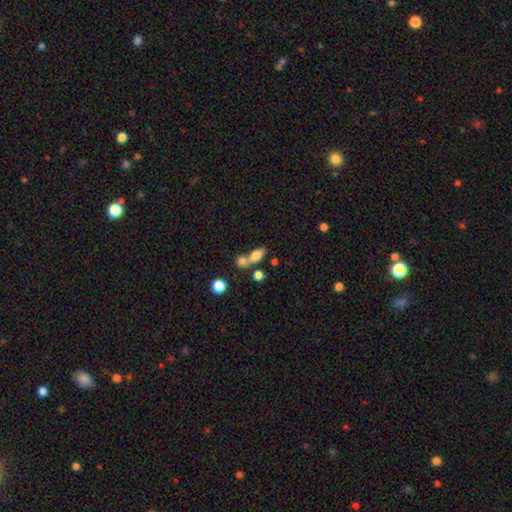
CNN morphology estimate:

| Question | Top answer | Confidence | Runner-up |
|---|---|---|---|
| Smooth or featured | smooth | 76% | featured or disk (13%) |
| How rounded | in between | 77% | round (15%) |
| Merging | merger | 51% | none (35%) |